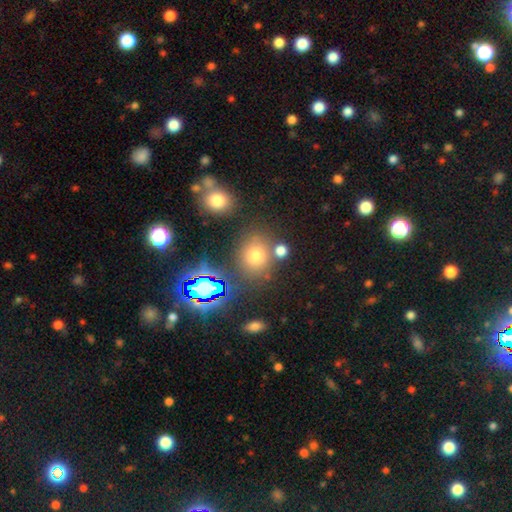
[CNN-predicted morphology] type=smooth (65%); roundness=round (74%); merging=none (73%).